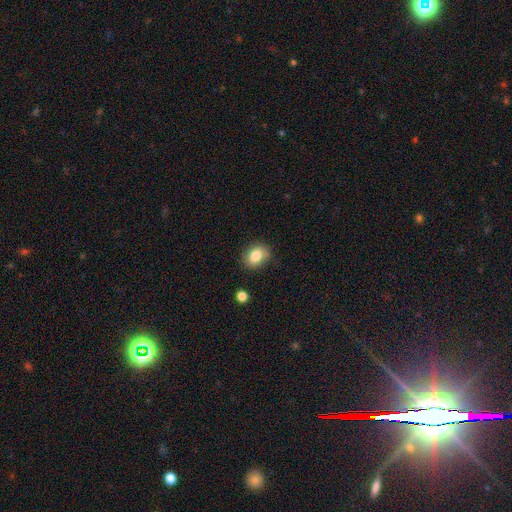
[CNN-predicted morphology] This appears to be a smooth galaxy with no disk features (83%) that is in between round and cigar-shaped (66%). Merging: none (79%).